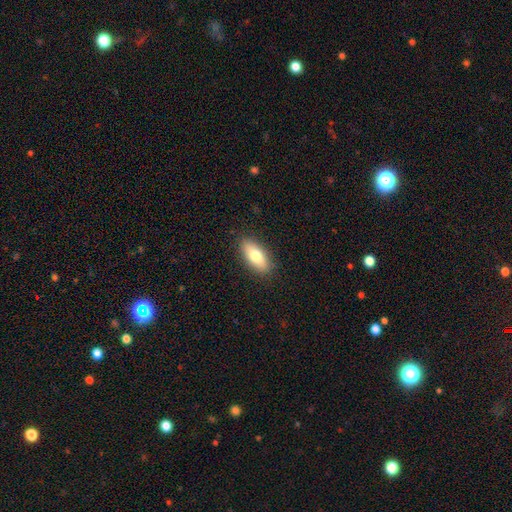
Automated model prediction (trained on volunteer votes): This appears to be a smooth galaxy with no disk features (73%) that is in between round and cigar-shaped (82%). Merging: none (89%).